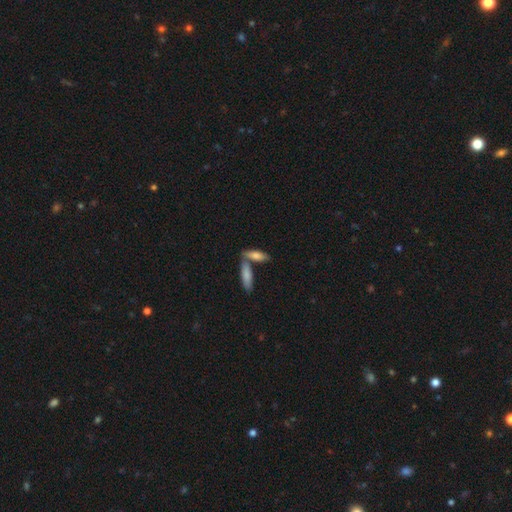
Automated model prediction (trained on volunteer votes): Q: Smooth or featured?
A: smooth (74%); runner-up: featured or disk (19%)
Q: How rounded?
A: in between (54%); runner-up: cigar-shaped (43%)
Q: Merging?
A: none (48%); runner-up: merger (39%)